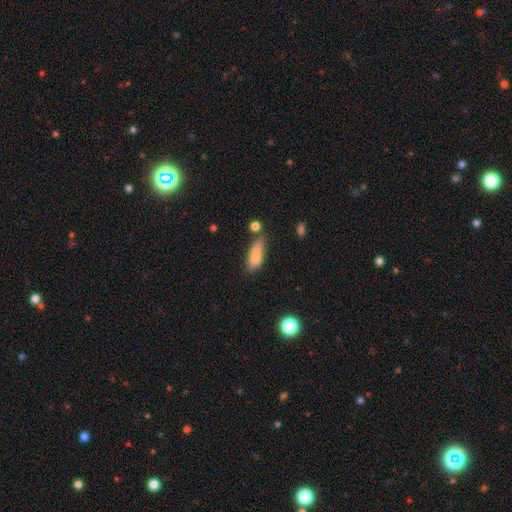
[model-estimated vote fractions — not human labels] A smooth galaxy with no disk features (82%) that is in between round and cigar-shaped (66%).

Vote fractions:
- Smooth or featured? smooth: 82% / featured or disk: 10% / star or artifact: 8%
- How rounded? in between: 66% / cigar-shaped: 31% / round: 3%
- Merging? none: 51% / minor disturbance: 30% / merger: 10% / major disturbance: 9%